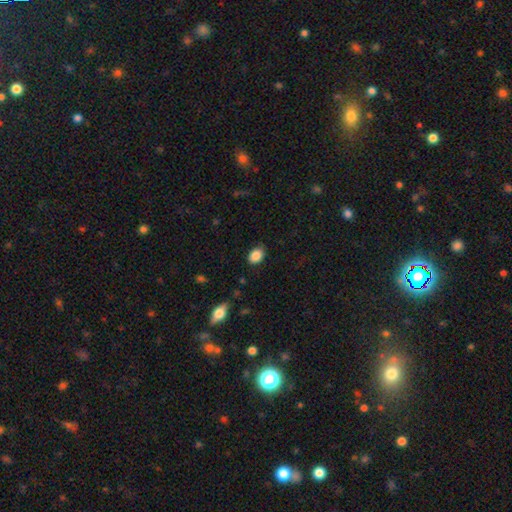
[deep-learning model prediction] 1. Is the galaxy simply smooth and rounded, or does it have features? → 87% smooth, 8% star or artifact, 5% featured or disk.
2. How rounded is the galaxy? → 77% in between, 22% round, 1% cigar-shaped.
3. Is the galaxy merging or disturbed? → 81% none, 15% minor disturbance, 3% major disturbance, 1% merger.